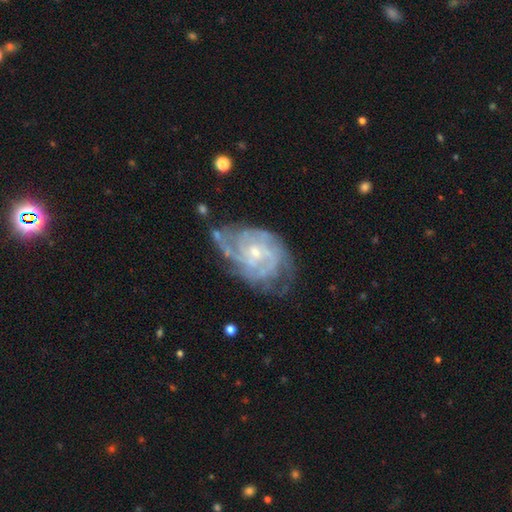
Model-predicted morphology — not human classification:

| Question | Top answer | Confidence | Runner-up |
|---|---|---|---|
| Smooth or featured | featured or disk | 86% | smooth (7%) |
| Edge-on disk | no | 97% | yes (3%) |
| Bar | no | 65% | weak (30%) |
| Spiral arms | yes | 95% | no (5%) |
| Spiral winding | tight | 64% | medium (30%) |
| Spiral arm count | can't tell | 32% | 3 (21%) |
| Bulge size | small | 66% | moderate (29%) |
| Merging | none | 58% | minor disturbance (26%) |